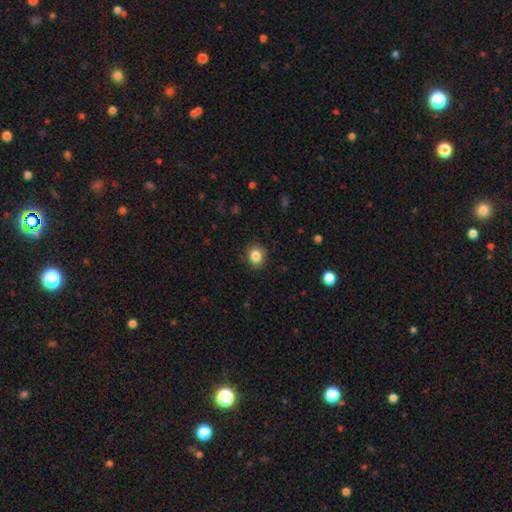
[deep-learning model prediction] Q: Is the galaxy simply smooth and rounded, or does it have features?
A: smooth — 85%.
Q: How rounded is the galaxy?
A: round — 63%.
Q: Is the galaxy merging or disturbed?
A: none — 86%.